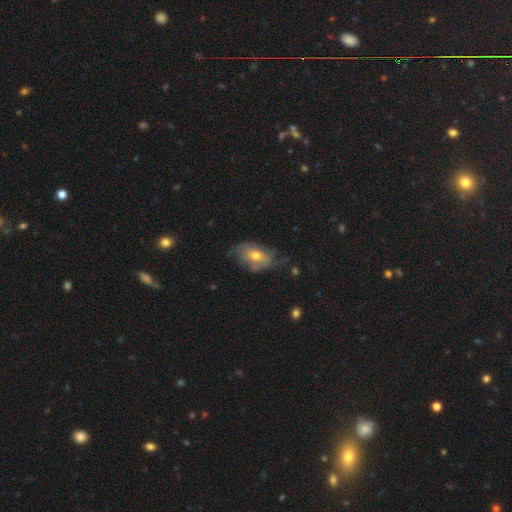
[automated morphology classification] Smooth or featured?
  - featured or disk: 49% *
  - smooth: 43%
  - star or artifact: 8%
Merging?
  - none: 46% *
  - minor disturbance: 33%
  - major disturbance: 19%
  - merger: 3%